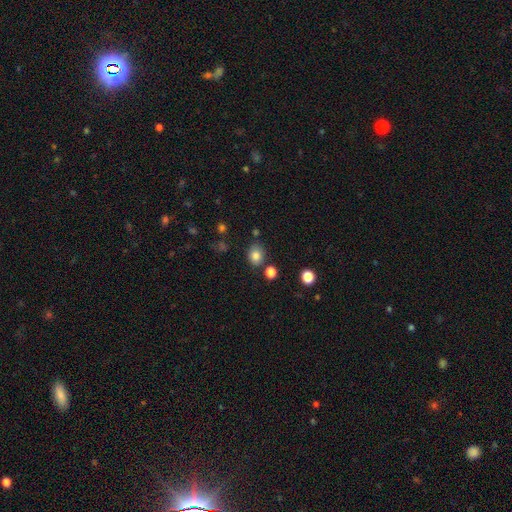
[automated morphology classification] smooth_or_featured: smooth (p=0.82) [alt: star or artifact p=0.12]
how_rounded: round (p=0.58) [alt: in between p=0.41]
merging: none (p=0.79) [alt: minor disturbance p=0.12]